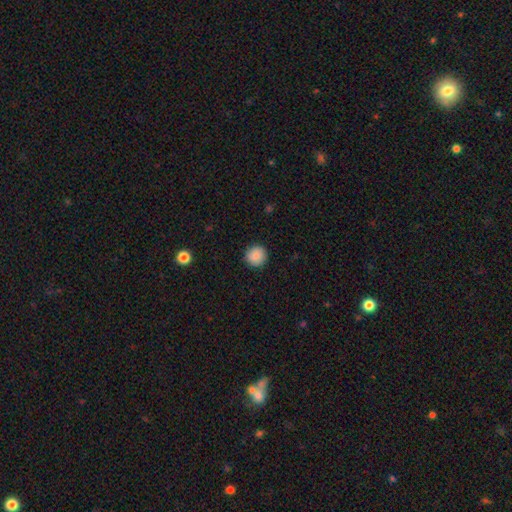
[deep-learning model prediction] Morphology: type=smooth (87%); roundness=round (93%); merging=none (91%).